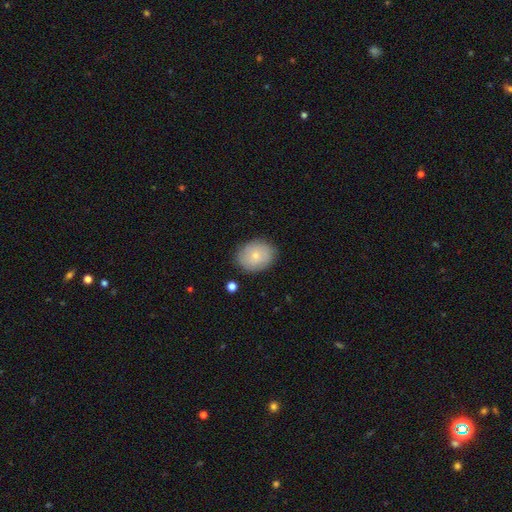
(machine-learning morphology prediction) This is likely a smooth galaxy (71%). How rounded: possibly in between (52%). Merging: clearly none (83%).